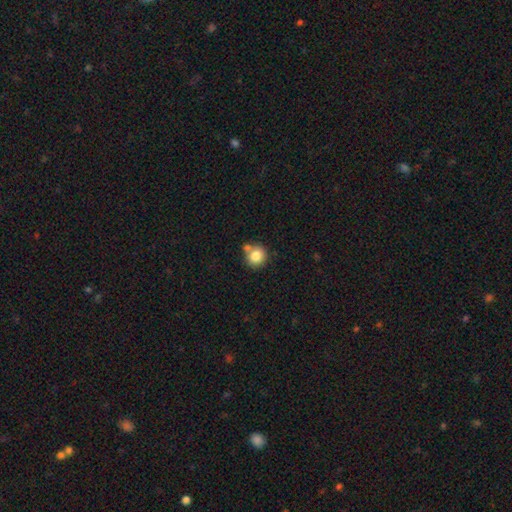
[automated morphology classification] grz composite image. It shows a smooth galaxy with no disk features (82%) that is round (86%). Merging: none (63%).